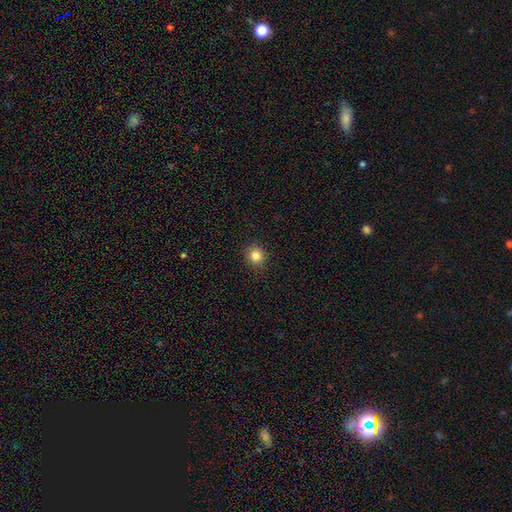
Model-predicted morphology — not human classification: smooth-or-featured: smooth: 83% | star or artifact: 11% | featured or disk: 5%
  how-rounded: round: 85% | in between: 14% | cigar-shaped: 1%
  merging: none: 90% | minor disturbance: 7% | major disturbance: 2% | merger: 1%